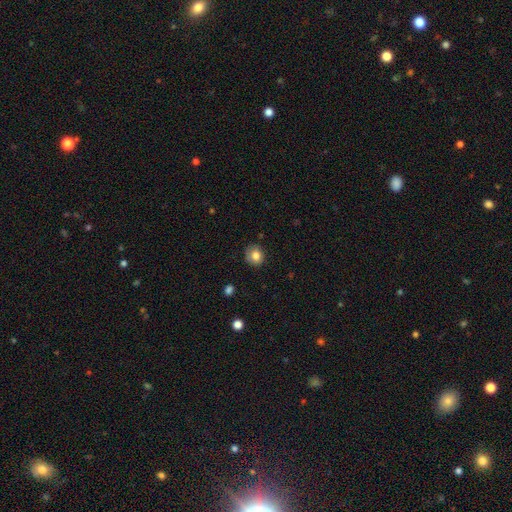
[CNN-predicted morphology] Smooth or featured? smooth (80%)
How rounded? round (75%)
Merging? none (76%)